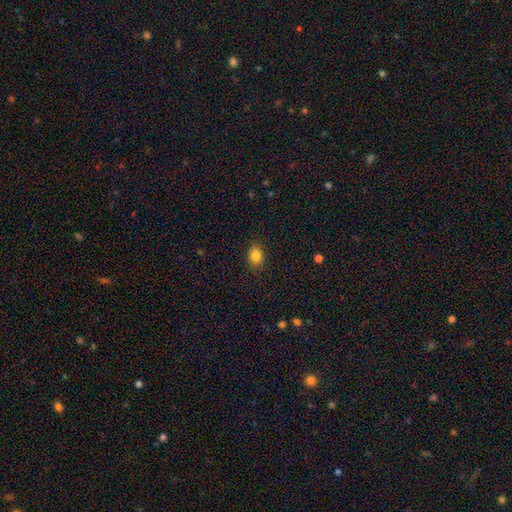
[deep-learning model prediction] Q: Smooth or featured?
A: smooth (83%); runner-up: star or artifact (11%)
Q: How rounded?
A: in between (60%); runner-up: round (39%)
Q: Merging?
A: none (87%); runner-up: minor disturbance (10%)